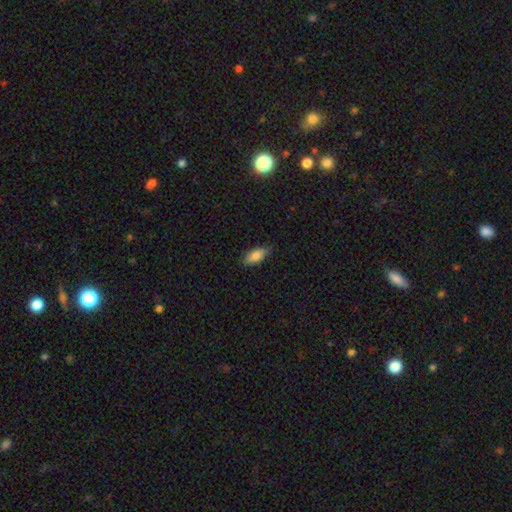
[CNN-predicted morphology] This appears to be a smooth galaxy with no disk features (82%) that is in between round and cigar-shaped (85%). Merging: none (77%).